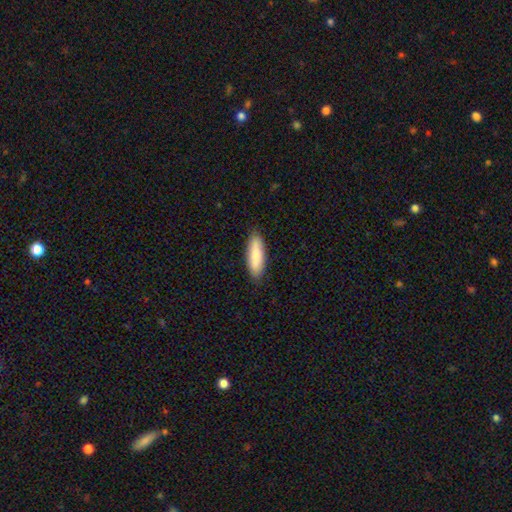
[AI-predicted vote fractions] Q: Smooth or featured?
A: smooth (85%); runner-up: featured or disk (10%)
Q: How rounded?
A: cigar-shaped (50%); runner-up: in between (49%)
Q: Merging?
A: none (87%); runner-up: minor disturbance (10%)